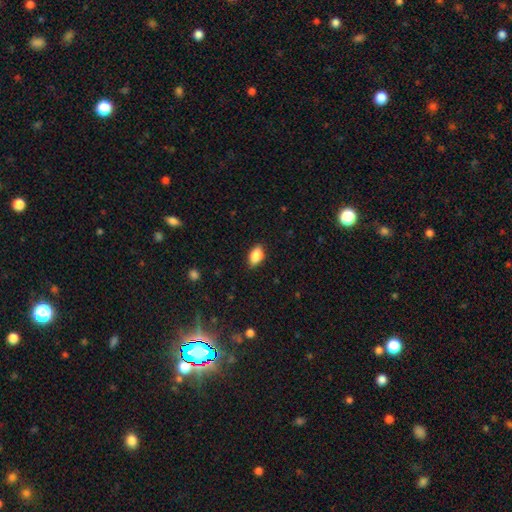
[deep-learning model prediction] The model was most divided on "merging": none: 86%, minor disturbance: 11%, major disturbance: 2%, merger: 1%. More confident: how rounded — in between (90%); smooth or featured — smooth (86%).